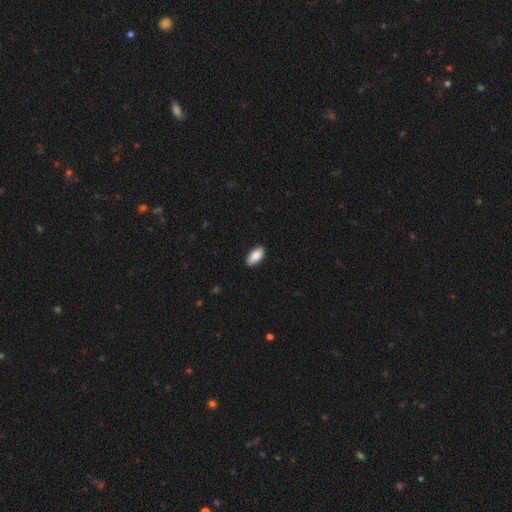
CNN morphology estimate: type=smooth (89%); roundness=in between (89%); merging=none (88%).